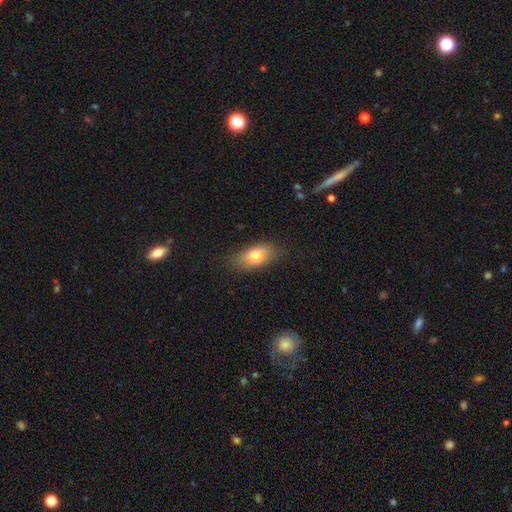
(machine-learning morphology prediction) Overall: smooth (76%). How rounded: in between (86%). Merging: none (80%).